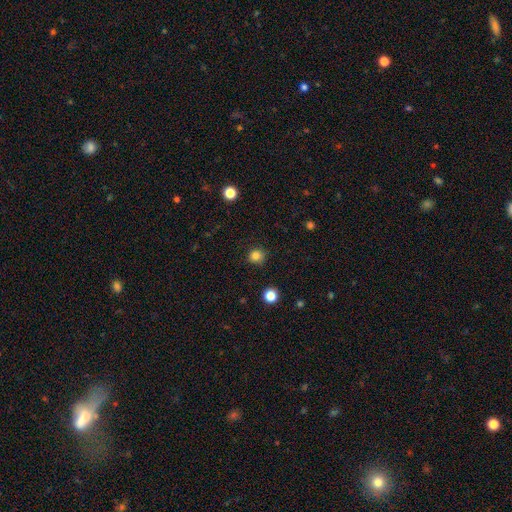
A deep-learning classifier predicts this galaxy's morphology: smooth-or-featured: smooth: 82% | star or artifact: 14% | featured or disk: 4%
  how-rounded: round: 91% | in between: 8% | cigar-shaped: 1%
  merging: none: 86% | minor disturbance: 10% | major disturbance: 3% | merger: 1%